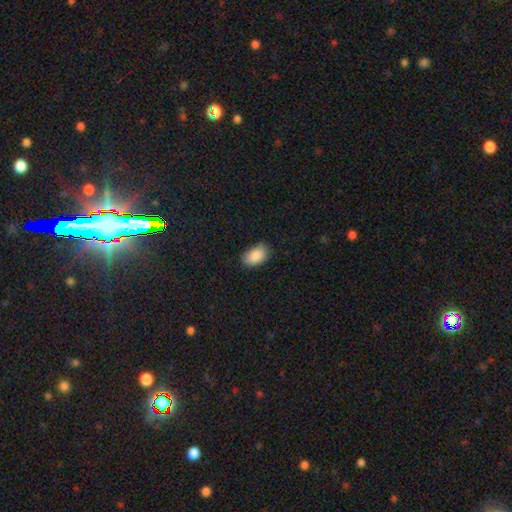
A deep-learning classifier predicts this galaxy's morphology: Smooth or featured? smooth (88%)
How rounded? in between (91%)
Merging? none (76%)